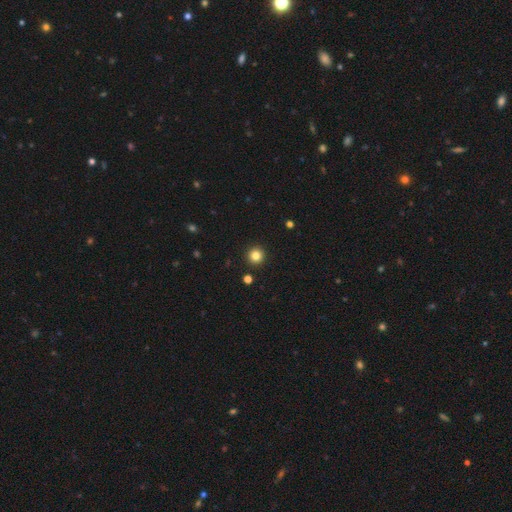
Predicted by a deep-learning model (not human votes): A smooth galaxy with no disk features (83%) that is round (96%).

Vote fractions:
- Smooth or featured? smooth: 83% / star or artifact: 12% / featured or disk: 5%
- How rounded? round: 96% / in between: 3% / cigar-shaped: 1%
- Merging? none: 93% / minor disturbance: 4% / major disturbance: 1% / merger: 1%